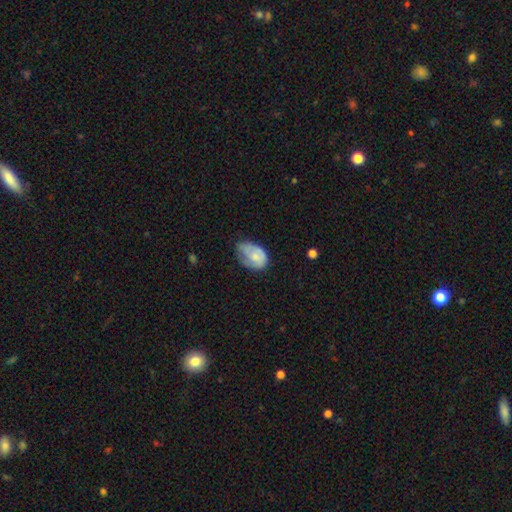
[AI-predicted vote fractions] smooth-or-featured: smooth: 61% | featured or disk: 32% | star or artifact: 7%
  how-rounded: in between: 84% | round: 15% | cigar-shaped: 1%
  merging: minor disturbance: 42% | none: 31% | major disturbance: 25% | merger: 2%